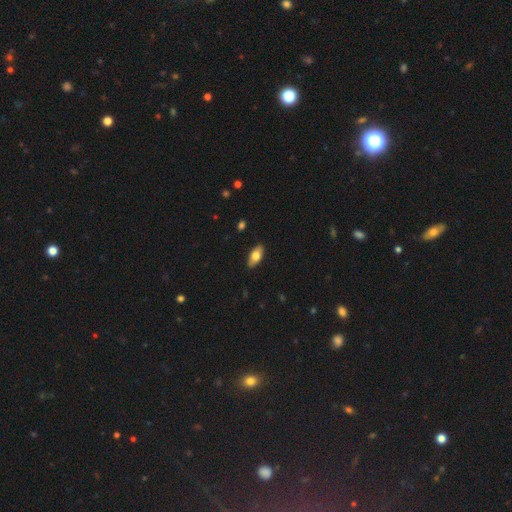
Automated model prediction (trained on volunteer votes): Morphology: type=smooth (73%); roundness=in between (88%); merging=none (88%).